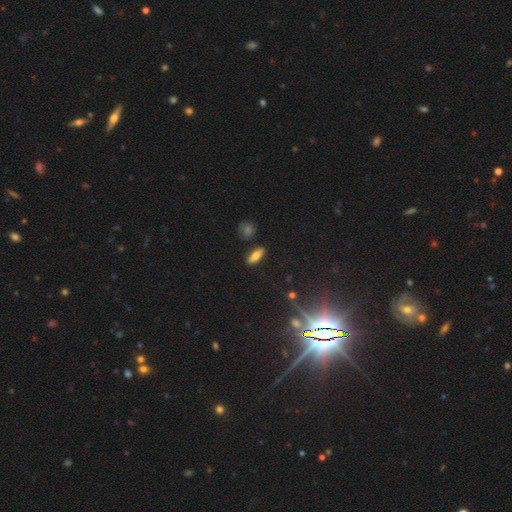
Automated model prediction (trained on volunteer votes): Smooth or featured: smooth — 73% (featured or disk — 16%)
How rounded: in between — 60% (cigar-shaped — 34%)
Merging: none — 86% (minor disturbance — 9%)